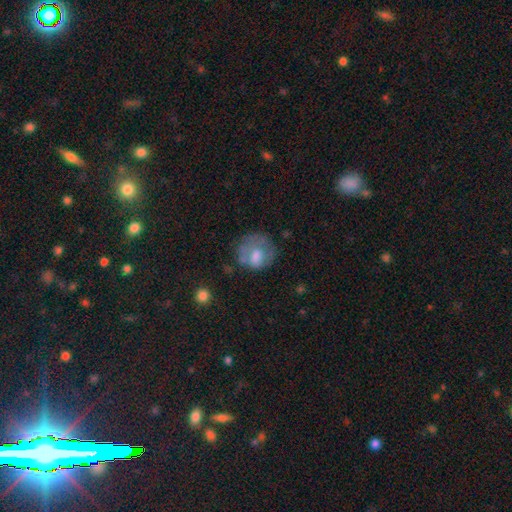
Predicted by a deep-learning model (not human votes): Overall: smooth (57%; featured or disk 34%). How rounded: round (73%). Merging: none (47%; minor disturbance 26%).